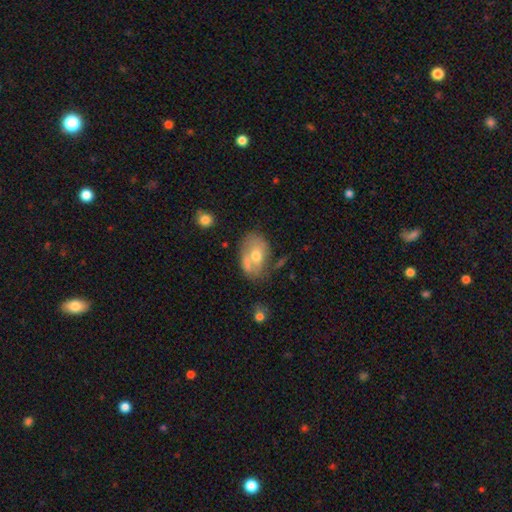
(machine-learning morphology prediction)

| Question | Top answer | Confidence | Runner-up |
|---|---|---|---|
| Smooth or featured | smooth | 53% | featured or disk (39%) |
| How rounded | in between | 82% | round (16%) |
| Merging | none | 41% | minor disturbance (25%) |